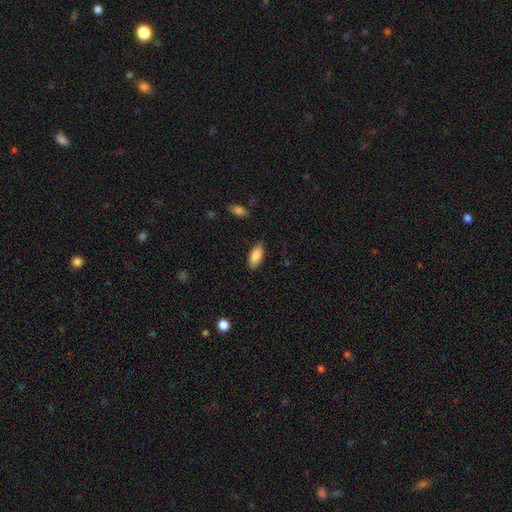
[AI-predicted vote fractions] smooth 87%, star or artifact 7%, featured or disk 6%. Down the decision tree: how rounded — in between (86%); merging — none (82%).